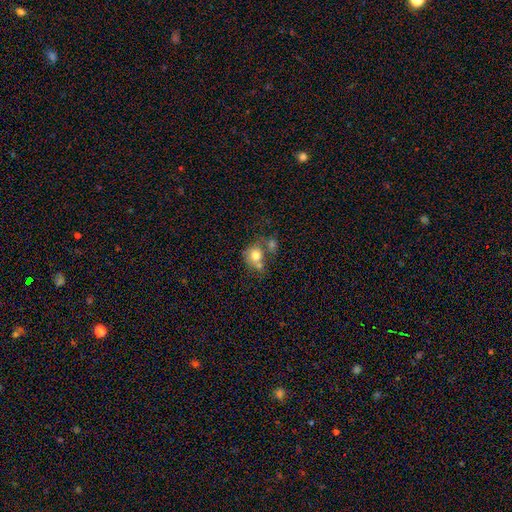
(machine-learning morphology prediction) Smooth or featured: smooth — 75% (featured or disk — 15%)
How rounded: round — 72% (in between — 28%)
Merging: merger — 41% (none — 36%)